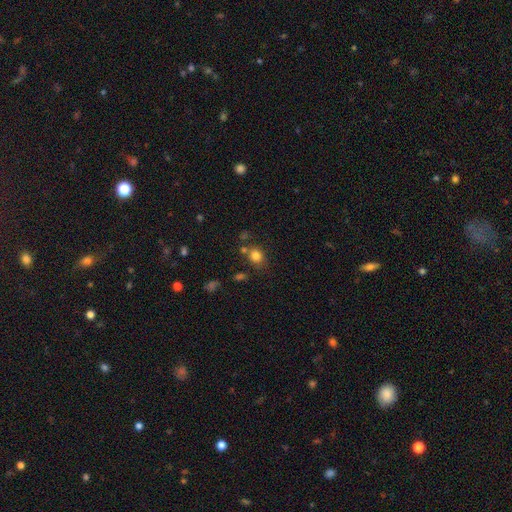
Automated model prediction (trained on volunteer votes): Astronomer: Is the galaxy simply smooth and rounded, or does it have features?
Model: smooth — 80%.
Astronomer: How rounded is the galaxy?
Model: round — 65%.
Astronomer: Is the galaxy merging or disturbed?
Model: none — 67%.